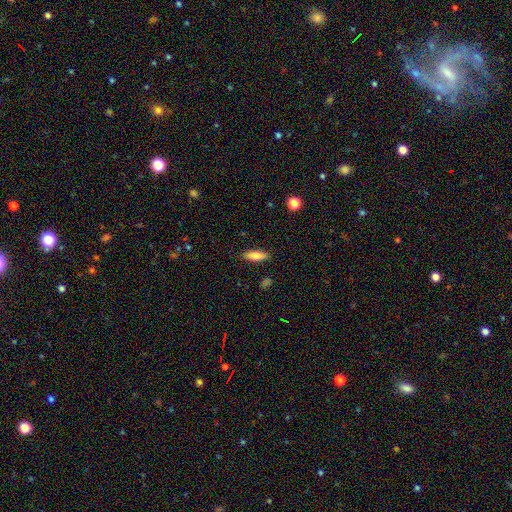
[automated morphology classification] This is clearly a smooth galaxy (80%). How rounded: possibly cigar-shaped (49%, tied with in between). Merging: clearly none (88%).